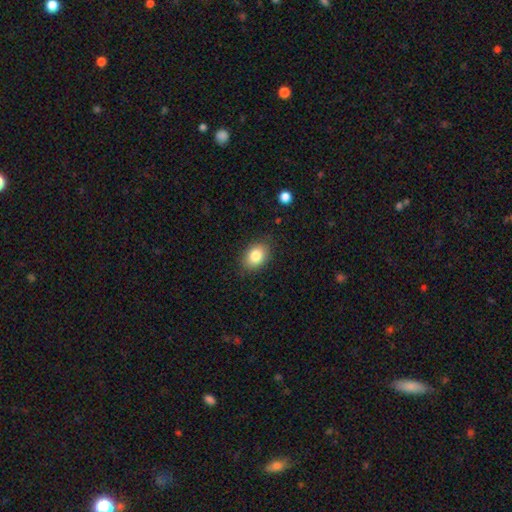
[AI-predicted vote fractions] The model was most divided on "how rounded": in between: 72%, round: 27%, cigar-shaped: 1%. More confident: merging — none (85%); smooth or featured — smooth (83%).